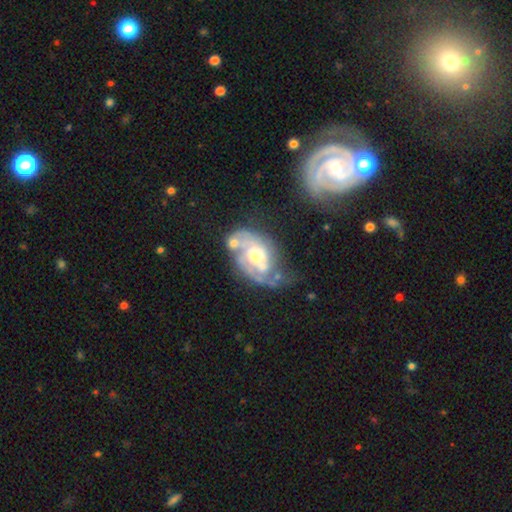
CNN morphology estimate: featured or disk 83%, smooth 11%, star or artifact 6%. Down the decision tree: edge-on disk — no (97%); bar — no (70%); spiral arms — yes (88%); spiral arm count — 2 (49%); spiral winding — tight (44%); bulge size — moderate (67%); merging — none (37%).